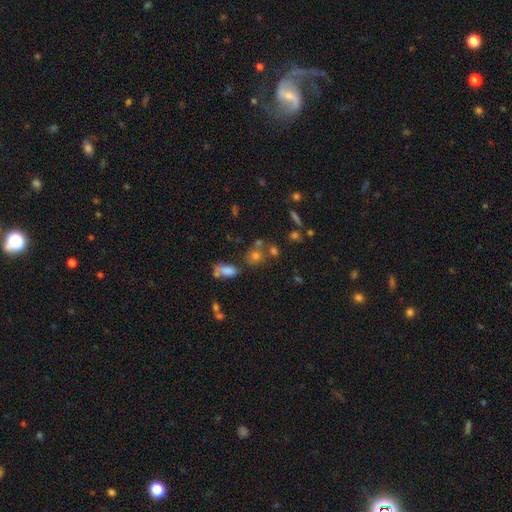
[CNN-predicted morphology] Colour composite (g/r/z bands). It shows a smooth galaxy with no disk features (66%) that is round (69%). Merging: none (57%).